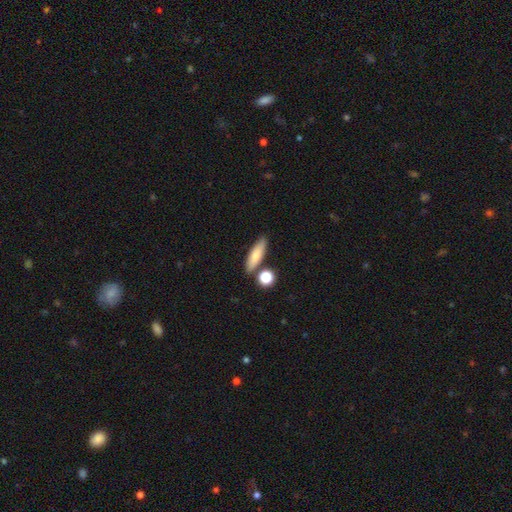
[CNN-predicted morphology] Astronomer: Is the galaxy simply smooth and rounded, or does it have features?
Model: smooth — 78%.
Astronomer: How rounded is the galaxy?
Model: cigar-shaped — 55% (runner-up: in between, 40%).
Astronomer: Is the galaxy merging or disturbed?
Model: none — 77%.